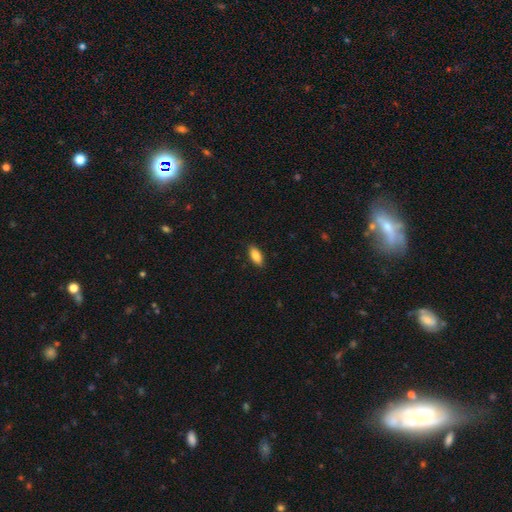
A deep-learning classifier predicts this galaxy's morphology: Smooth or featured?
  - smooth: 86% *
  - featured or disk: 8%
  - star or artifact: 7%
How rounded?
  - in between: 87% *
  - cigar-shaped: 10%
  - round: 2%
Merging?
  - none: 88% *
  - minor disturbance: 9%
  - major disturbance: 2%
  - merger: 1%